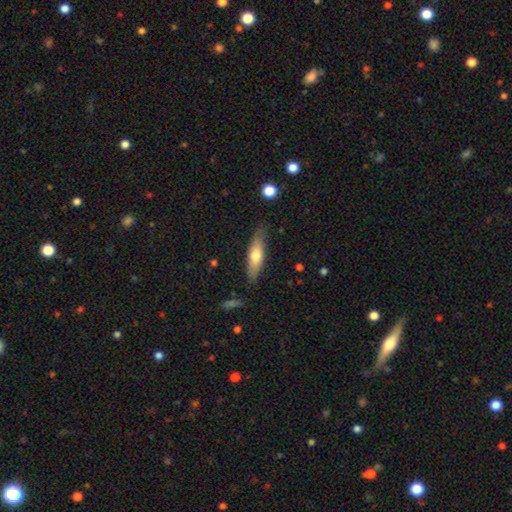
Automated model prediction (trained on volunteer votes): Q: Smooth or featured?
A: smooth (62%); runner-up: featured or disk (32%)
Q: How rounded?
A: cigar-shaped (58%); runner-up: in between (39%)
Q: Merging?
A: none (80%); runner-up: minor disturbance (16%)